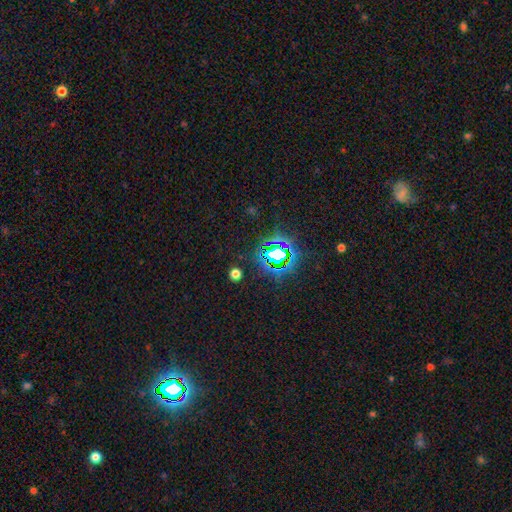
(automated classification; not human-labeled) smooth-or-featured: star or artifact: 81% | smooth: 11% | featured or disk: 7%